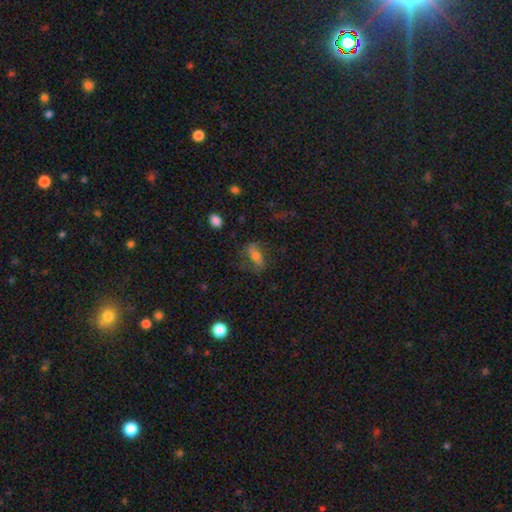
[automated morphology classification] A smooth galaxy with no disk features (48%). Merging: none (60%).